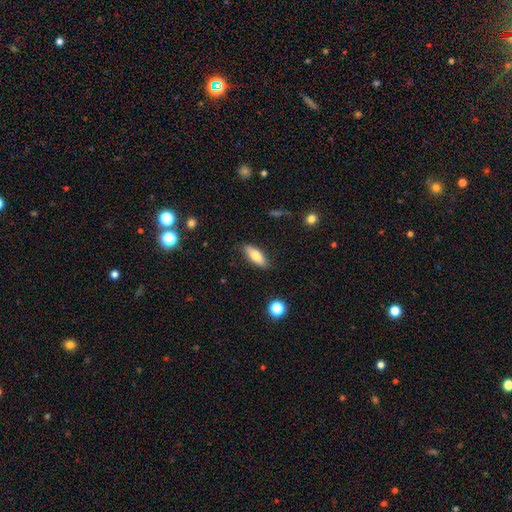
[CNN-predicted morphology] smooth_or_featured: smooth (p=0.72) [alt: featured or disk p=0.21]
how_rounded: in between (p=0.65) [alt: cigar-shaped p=0.33]
merging: none (p=0.84) [alt: minor disturbance p=0.12]